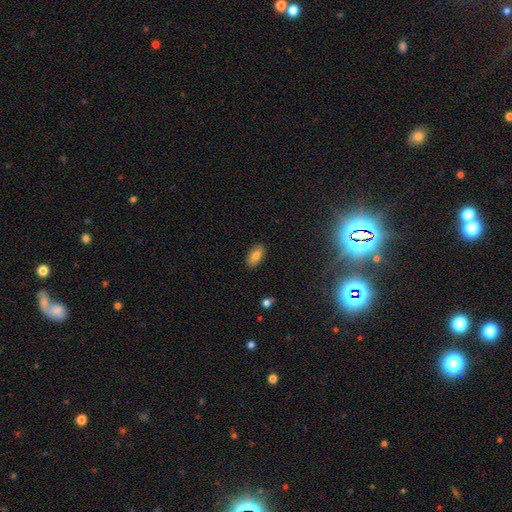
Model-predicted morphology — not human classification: Smooth or featured: smooth — 78% (featured or disk — 13%)
How rounded: in between — 91% (cigar-shaped — 5%)
Merging: none — 88% (minor disturbance — 9%)